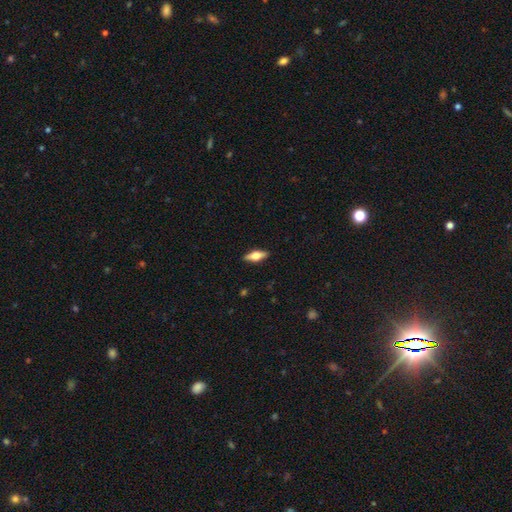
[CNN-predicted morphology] type=featured or disk (47%); merging=none (90%).